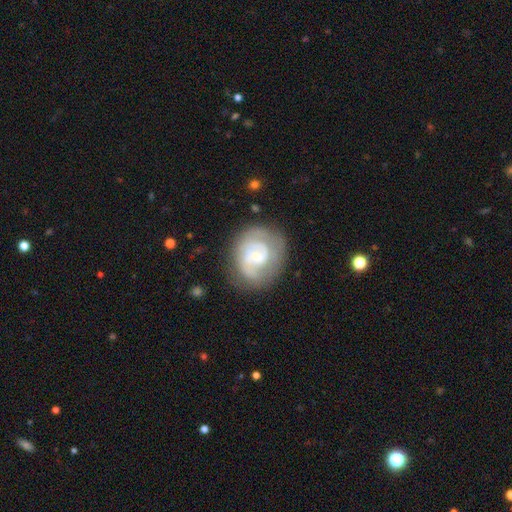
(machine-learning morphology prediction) A featured or disk galaxy (71%) with no bar (65%), 2 (45%) tight (55%) spiral arms (80%) and a small central bulge (65%). Merging: none (70%).